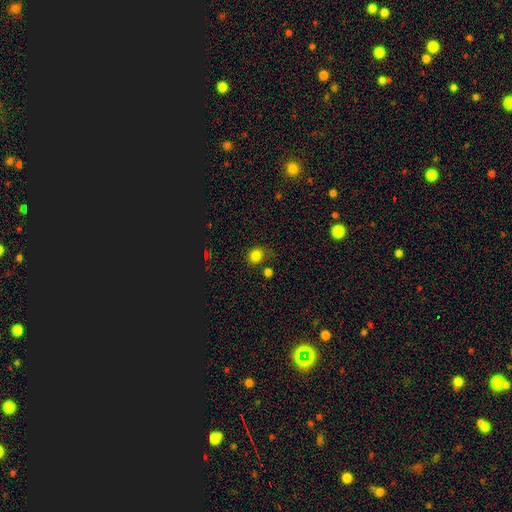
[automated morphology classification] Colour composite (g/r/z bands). It shows a smooth galaxy with no disk features (81%) that is round (77%). Merging: none (70%).